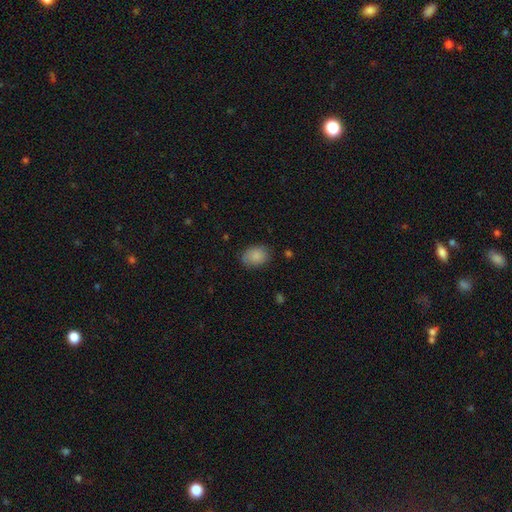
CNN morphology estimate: The model was most divided on "how rounded": in between: 68%, round: 31%, cigar-shaped: 1%. More confident: smooth or featured — smooth (85%); merging — none (78%).